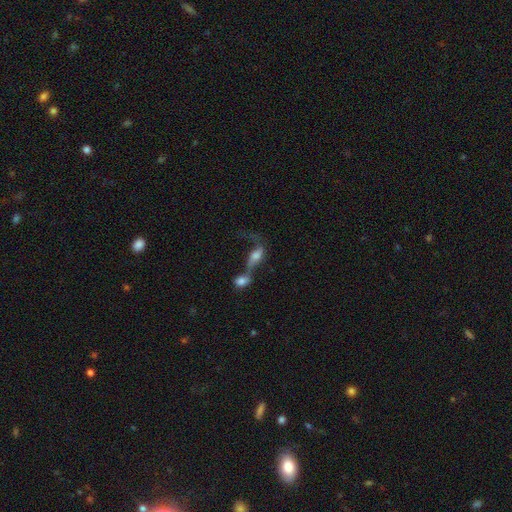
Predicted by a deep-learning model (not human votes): smooth-or-featured: smooth: 45% | featured or disk: 44% | star or artifact: 11%
  merging: merger: 67% | major disturbance: 14% | none: 13% | minor disturbance: 7%